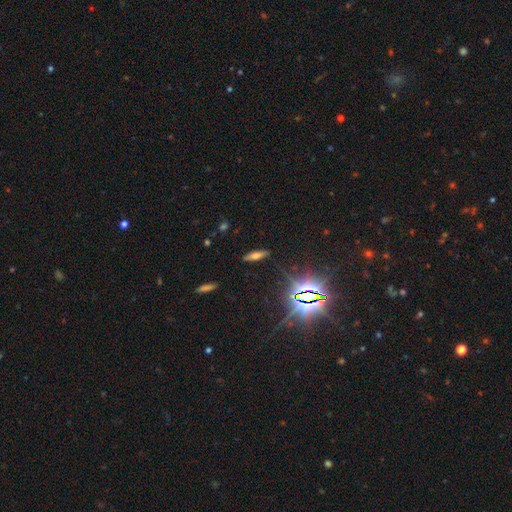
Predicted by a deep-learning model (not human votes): Smooth or featured? smooth (49%)
Merging? none (88%)